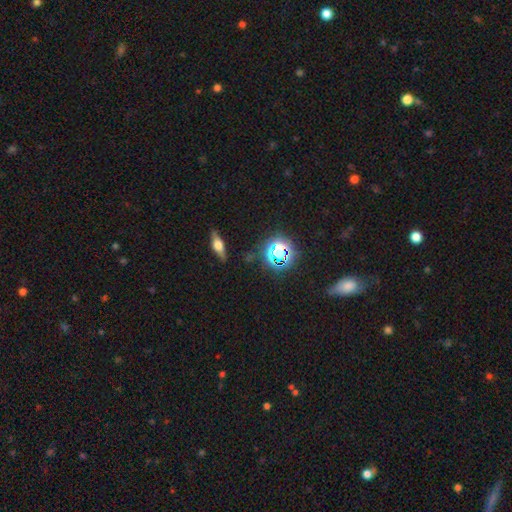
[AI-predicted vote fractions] A star or artifact, not a galaxy (48%).